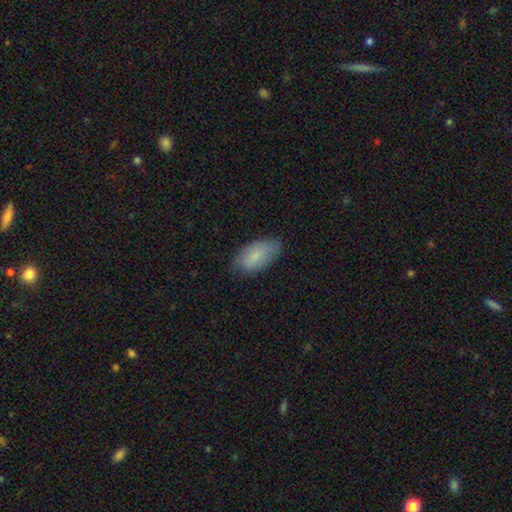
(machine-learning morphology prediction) This is clearly a smooth galaxy (81%). How rounded: clearly in between (94%). Merging: likely none (76%).